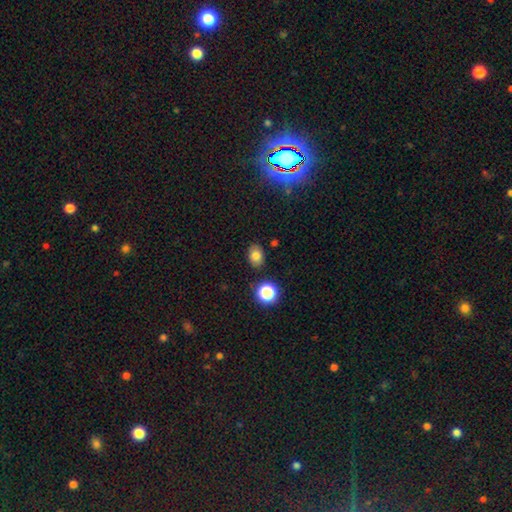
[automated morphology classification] Q: Smooth or featured?
A: smooth (78%); runner-up: star or artifact (13%)
Q: How rounded?
A: in between (68%); runner-up: round (31%)
Q: Merging?
A: none (84%); runner-up: minor disturbance (10%)